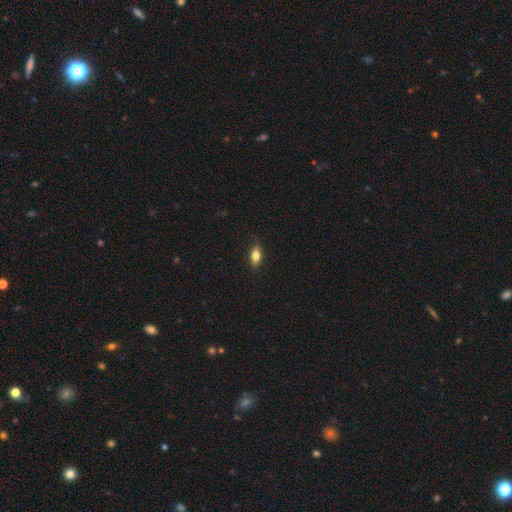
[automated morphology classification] type=smooth (73%); roundness=in between (79%); merging=none (84%).